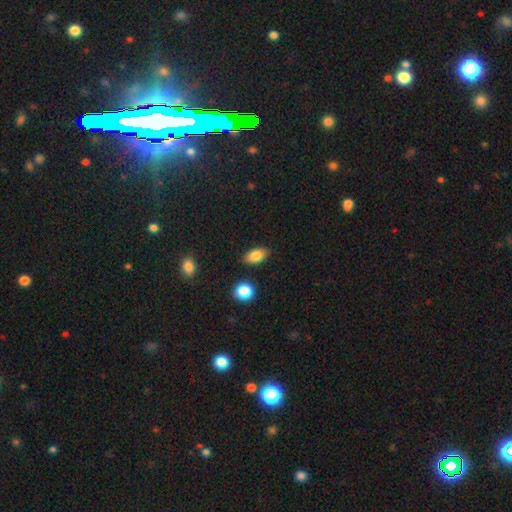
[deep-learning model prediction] smooth_or_featured: smooth (p=0.83) [alt: star or artifact p=0.09]
how_rounded: in between (p=0.88) [alt: round p=0.09]
merging: none (p=0.85) [alt: minor disturbance p=0.10]